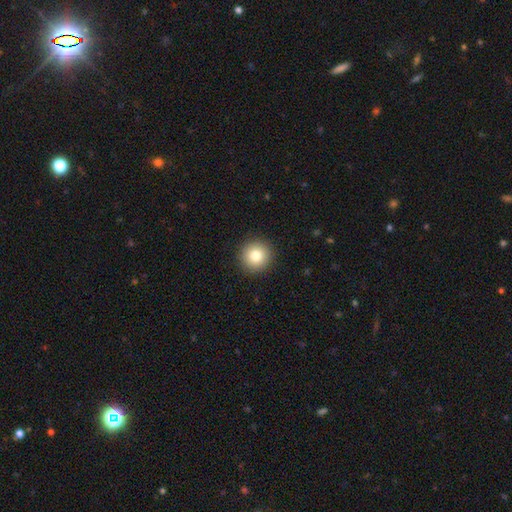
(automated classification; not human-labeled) Smooth or featured? smooth (81%)
How rounded? round (95%)
Merging? none (92%)